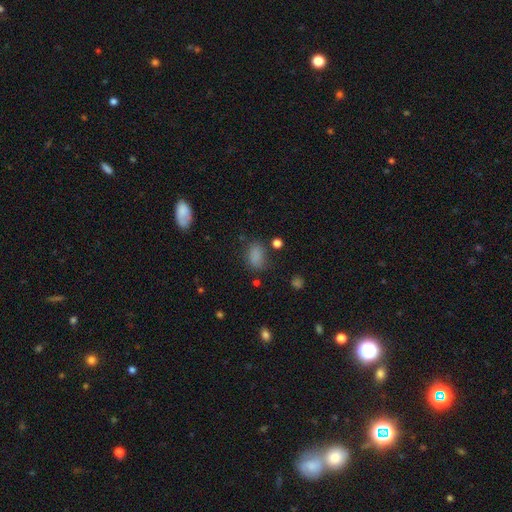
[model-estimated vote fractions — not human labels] Overall: smooth (81%). How rounded: in between (83%). Merging: none (69%).